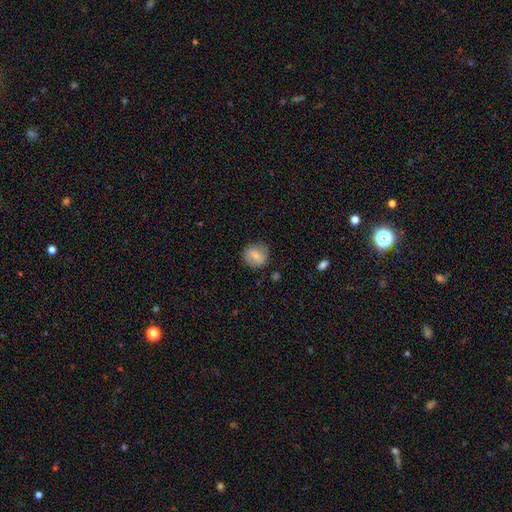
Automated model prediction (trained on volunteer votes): A smooth galaxy with no disk features (75%) that is round (84%).

Vote fractions:
- Smooth or featured? smooth: 75% / featured or disk: 16% / star or artifact: 8%
- How rounded? round: 84% / in between: 15% / cigar-shaped: 1%
- Merging? none: 82% / minor disturbance: 13% / major disturbance: 4% / merger: 1%